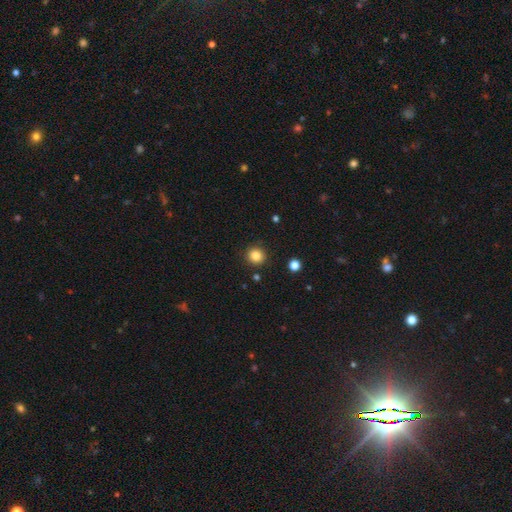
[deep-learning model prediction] A smooth galaxy with no disk features (84%) that is round (91%).

Vote fractions:
- Smooth or featured? smooth: 84% / star or artifact: 11% / featured or disk: 5%
- How rounded? round: 91% / in between: 8% / cigar-shaped: 1%
- Merging? none: 90% / minor disturbance: 6% / major disturbance: 2% / merger: 2%